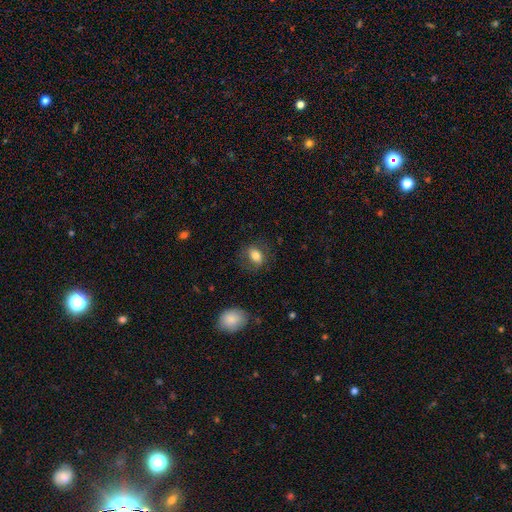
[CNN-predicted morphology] type=smooth (75%); roundness=in between (73%); merging=none (74%).